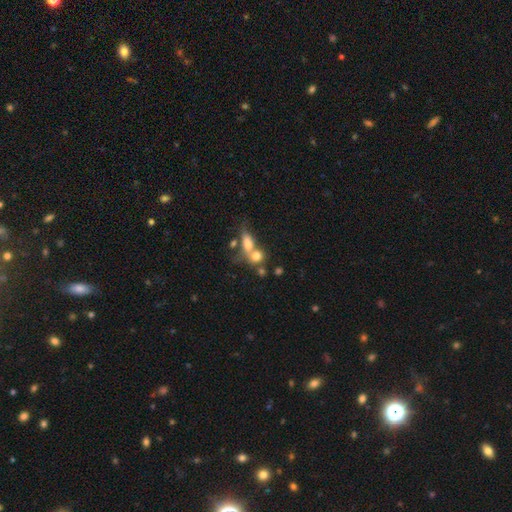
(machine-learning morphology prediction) smooth-or-featured: smooth: 70% | featured or disk: 18% | star or artifact: 12%
  how-rounded: in between: 48% | round: 44% | cigar-shaped: 8%
  merging: merger: 54% | none: 28% | minor disturbance: 9% | major disturbance: 8%